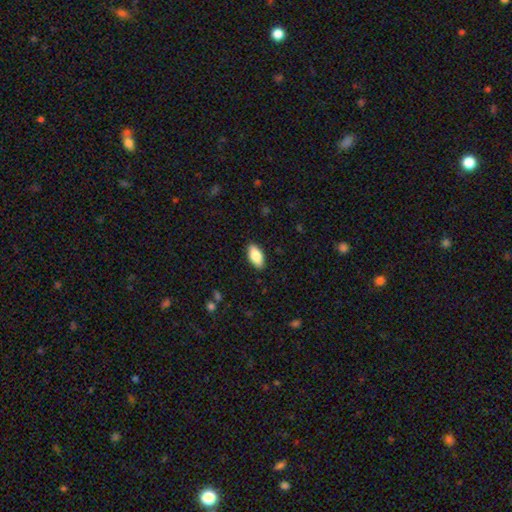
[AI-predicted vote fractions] Smooth or featured? smooth (84%)
How rounded? in between (91%)
Merging? none (89%)